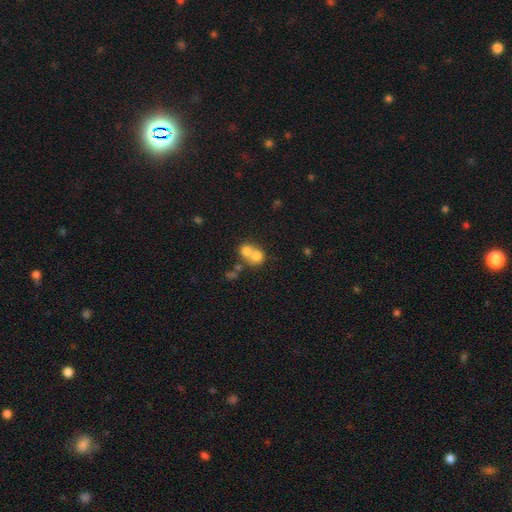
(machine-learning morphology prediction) smooth_or_featured: smooth (p=0.70) [alt: featured or disk p=0.20]
how_rounded: round (p=0.68) [alt: in between p=0.31]
merging: merger (p=0.71) [alt: none p=0.22]